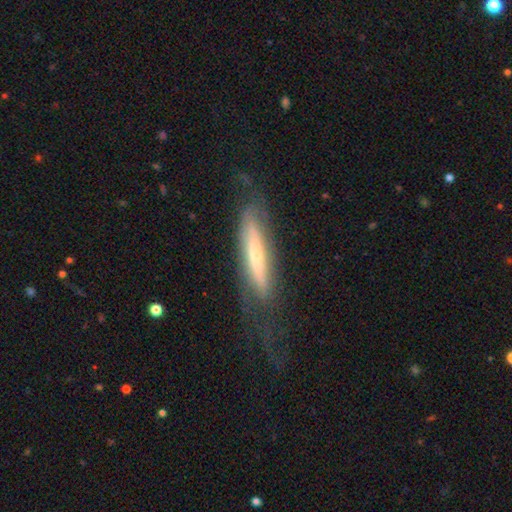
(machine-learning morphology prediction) featured or disk 58%, smooth 35%, star or artifact 7%. Down the decision tree: edge-on disk — yes (68%); merging — none (63%).